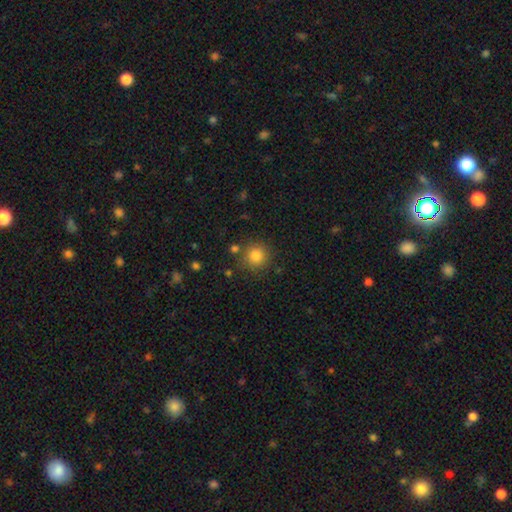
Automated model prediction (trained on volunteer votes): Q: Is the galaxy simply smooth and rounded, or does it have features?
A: smooth — 83%.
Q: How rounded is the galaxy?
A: round — 93%.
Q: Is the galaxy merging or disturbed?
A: none — 81%.